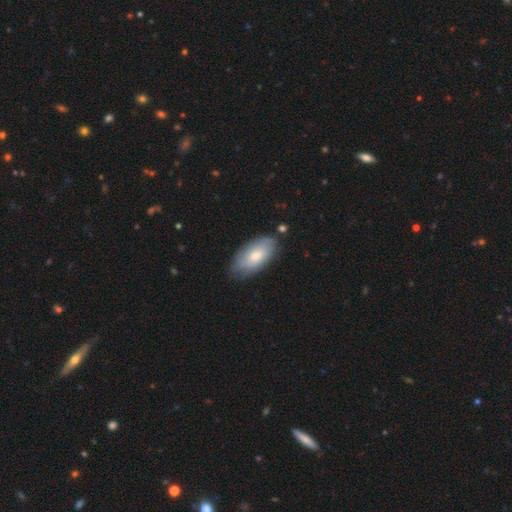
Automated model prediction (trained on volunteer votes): Smooth or featured: smooth — 63% (featured or disk — 31%)
How rounded: in between — 92% (cigar-shaped — 5%)
Merging: none — 75% (minor disturbance — 19%)